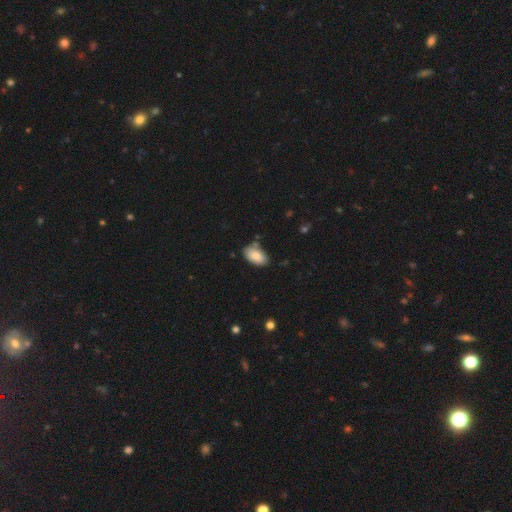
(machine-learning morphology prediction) A smooth galaxy with no disk features (85%) that is in between round and cigar-shaped (94%).

Vote fractions:
- Smooth or featured? smooth: 85% / featured or disk: 8% / star or artifact: 7%
- How rounded? in between: 94% / round: 4% / cigar-shaped: 2%
- Merging? none: 71% / minor disturbance: 20% / merger: 5% / major disturbance: 4%